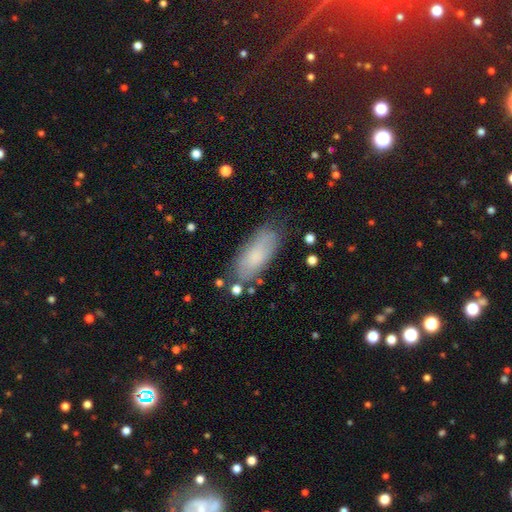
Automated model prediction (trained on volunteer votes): Smooth or featured: smooth — 75% (featured or disk — 18%)
How rounded: in between — 81% (cigar-shaped — 17%)
Merging: none — 70% (minor disturbance — 20%)